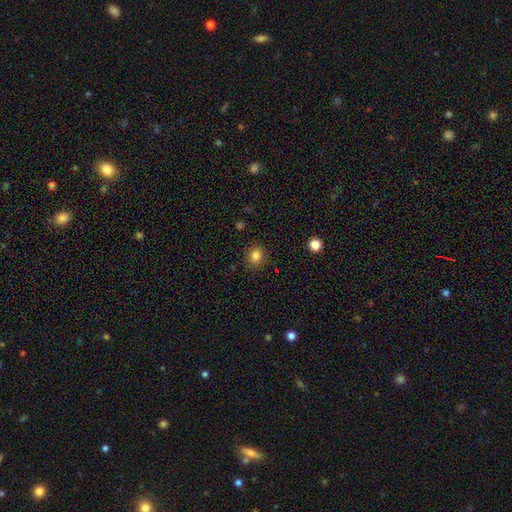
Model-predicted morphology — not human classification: Smooth or featured? smooth (83%)
How rounded? round (76%)
Merging? none (87%)